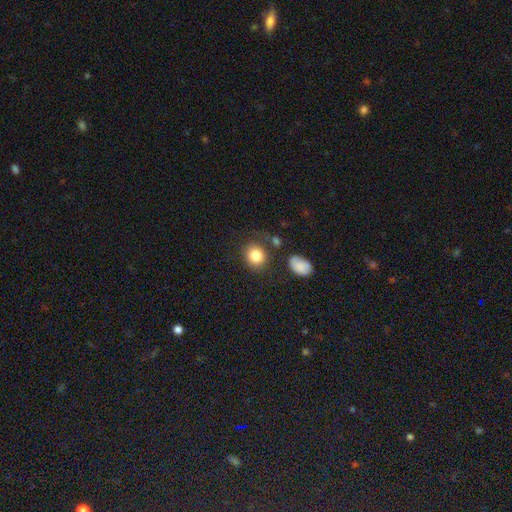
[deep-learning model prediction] Q: Smooth or featured?
A: smooth (84%); runner-up: star or artifact (9%)
Q: How rounded?
A: round (72%); runner-up: in between (27%)
Q: Merging?
A: none (72%); runner-up: minor disturbance (14%)